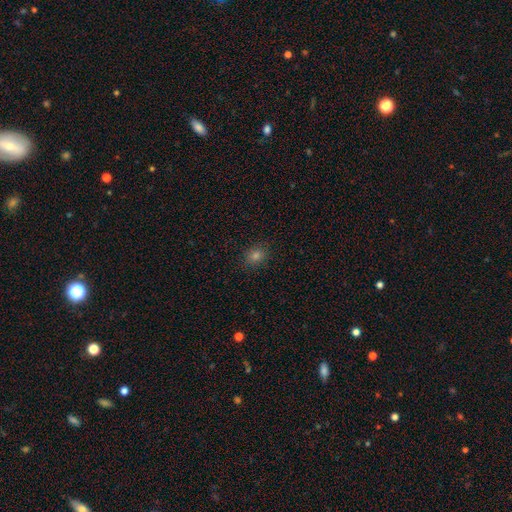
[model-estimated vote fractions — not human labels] A smooth galaxy with no disk features (76%) that is round (60%). Merging: none (89%).